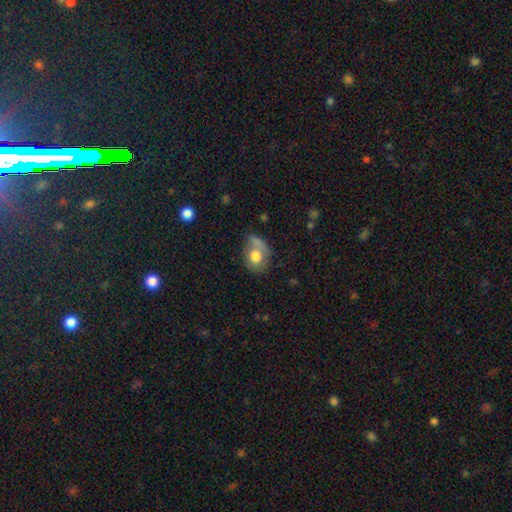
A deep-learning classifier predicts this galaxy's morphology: Smooth or featured?
  - smooth: 69% *
  - featured or disk: 24%
  - star or artifact: 8%
How rounded?
  - in between: 56% *
  - round: 43%
  - cigar-shaped: 1%
Merging?
  - none: 40% *
  - minor disturbance: 23%
  - merger: 22%
  - major disturbance: 16%